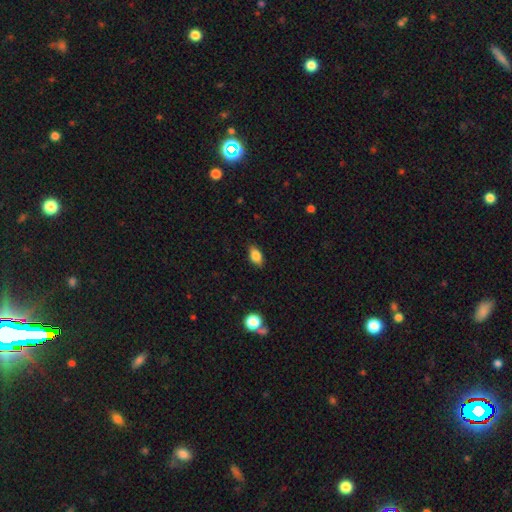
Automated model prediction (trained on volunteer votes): This appears to be a smooth galaxy with no disk features (83%) that is in between round and cigar-shaped (87%). Merging: none (85%).